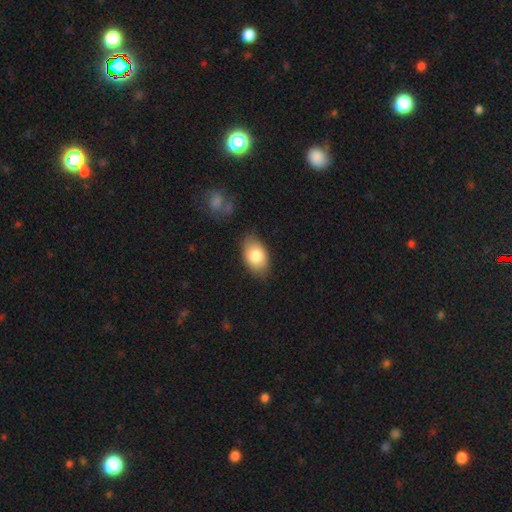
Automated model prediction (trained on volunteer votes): smooth_or_featured: smooth (p=0.82) [alt: featured or disk p=0.11]
how_rounded: in between (p=0.91) [alt: round p=0.07]
merging: none (p=0.81) [alt: minor disturbance p=0.14]